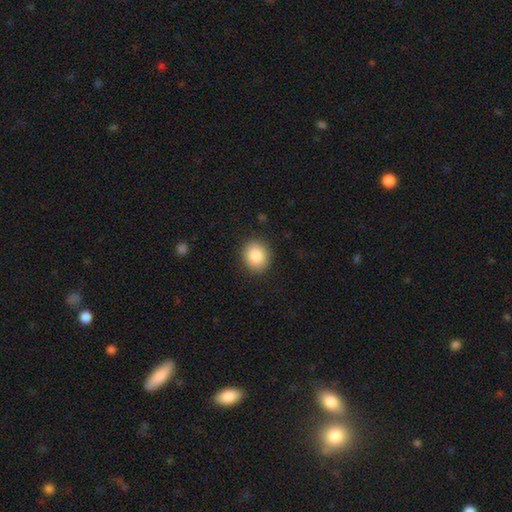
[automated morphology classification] This is clearly a smooth galaxy (86%). How rounded: likely round (74%). Merging: clearly none (89%).